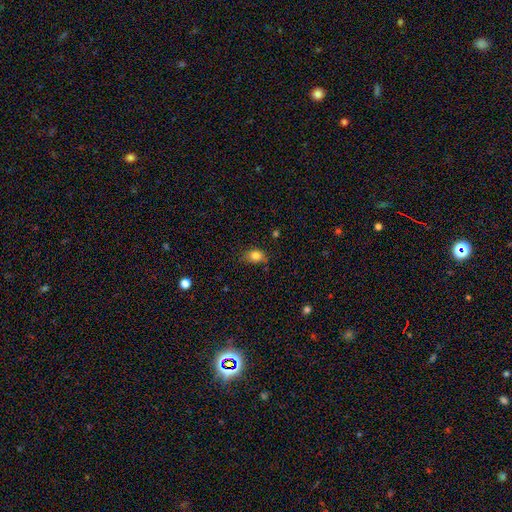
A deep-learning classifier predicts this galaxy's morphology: Overall: smooth (82%). How rounded: in between (65%; round 33%). Merging: none (70%).